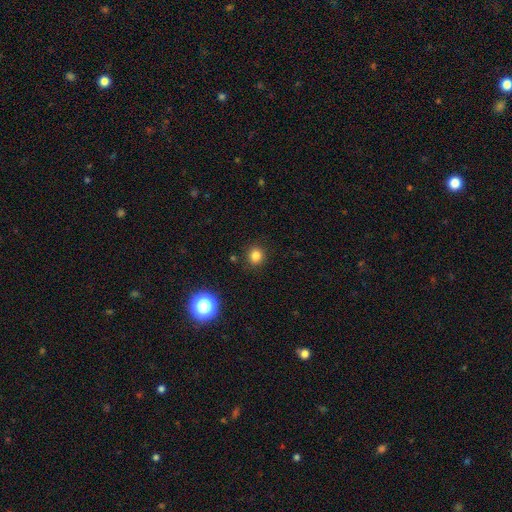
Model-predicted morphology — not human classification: A smooth galaxy with no disk features (80%) that is round (85%).

Vote fractions:
- Smooth or featured? smooth: 80% / star or artifact: 15% / featured or disk: 5%
- How rounded? round: 85% / in between: 14% / cigar-shaped: 1%
- Merging? none: 89% / minor disturbance: 7% / major disturbance: 2% / merger: 2%